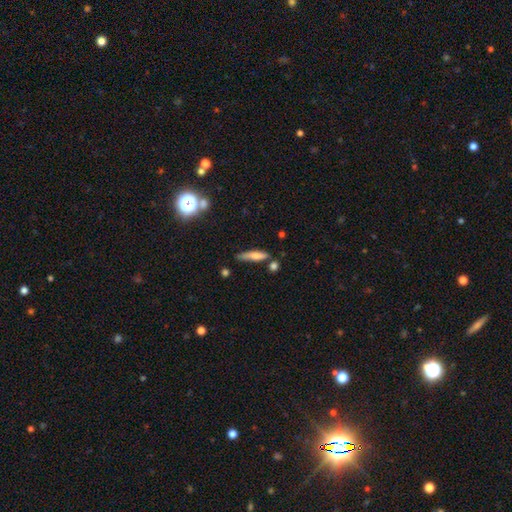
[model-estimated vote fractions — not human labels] smooth-or-featured: smooth: 66% | featured or disk: 26% | star or artifact: 8%
  how-rounded: cigar-shaped: 77% | in between: 20% | round: 2%
  merging: none: 65% | minor disturbance: 22% | merger: 8% | major disturbance: 6%